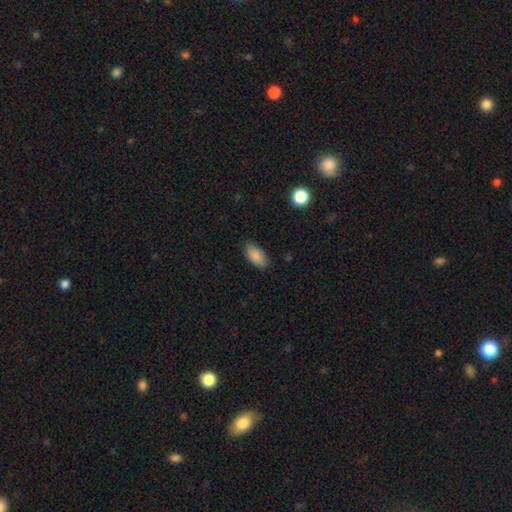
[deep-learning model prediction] smooth_or_featured: smooth (p=0.87) [alt: star or artifact p=0.07]
how_rounded: in between (p=0.92) [alt: cigar-shaped p=0.05]
merging: none (p=0.83) [alt: minor disturbance p=0.13]